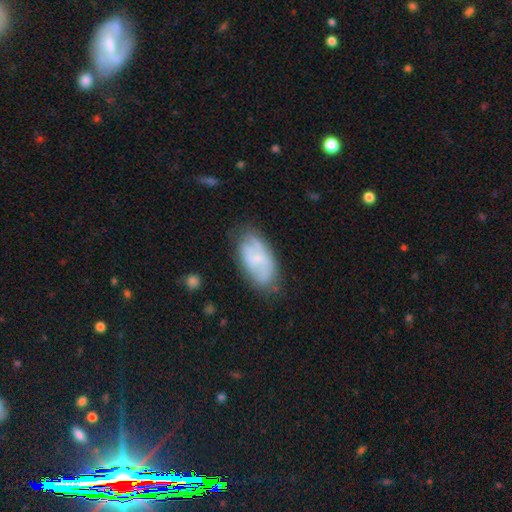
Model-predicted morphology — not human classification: smooth_or_featured: smooth (p=0.46) [alt: featured or disk p=0.45]
merging: none (p=0.63) [alt: minor disturbance p=0.25]